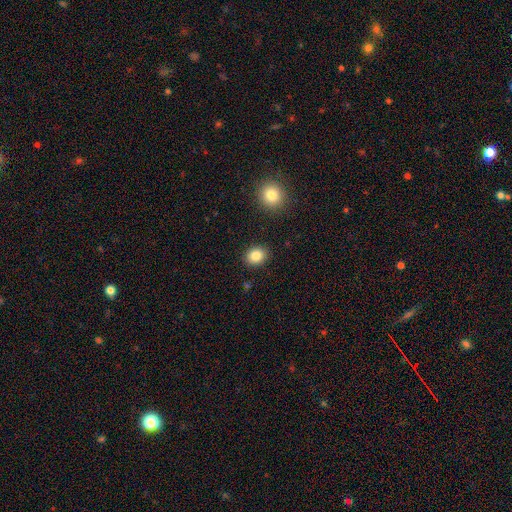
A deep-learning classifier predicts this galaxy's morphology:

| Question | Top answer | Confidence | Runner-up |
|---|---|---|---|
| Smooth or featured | smooth | 84% | star or artifact (10%) |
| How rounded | round | 57% | in between (42%) |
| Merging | none | 89% | minor disturbance (7%) |